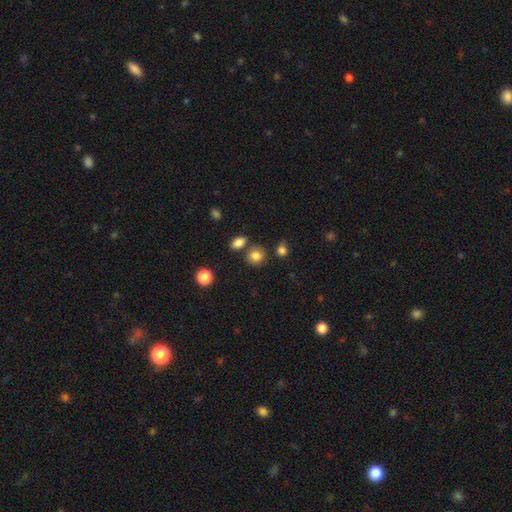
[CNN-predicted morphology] type=smooth (83%); roundness=round (77%); merging=none (73%).